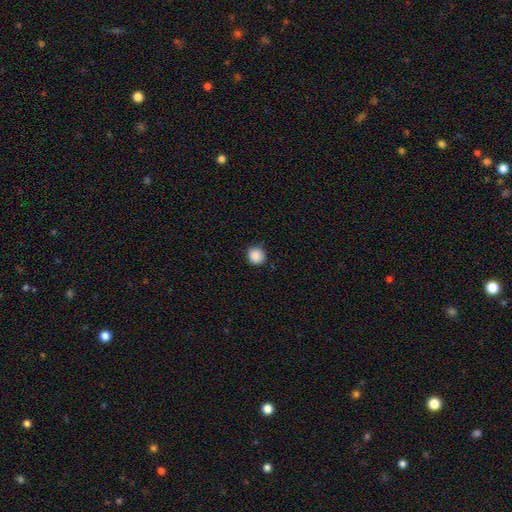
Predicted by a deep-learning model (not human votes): The model was most divided on "smooth or featured": smooth: 88%, star or artifact: 9%, featured or disk: 3%. More confident: how rounded — round (93%); merging — none (89%).